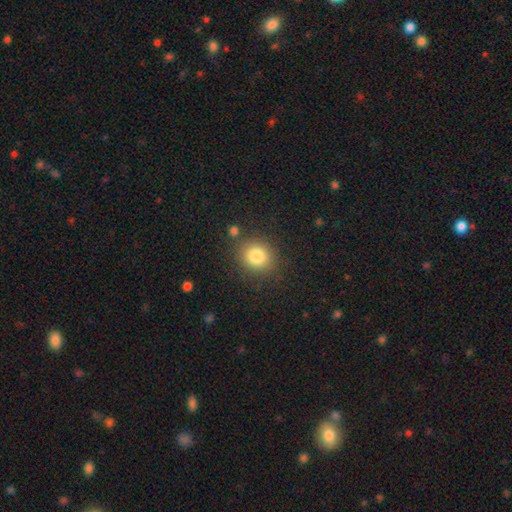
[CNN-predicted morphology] smooth 84%, star or artifact 10%, featured or disk 6%. Down the decision tree: how rounded — round (78%); merging — none (82%).